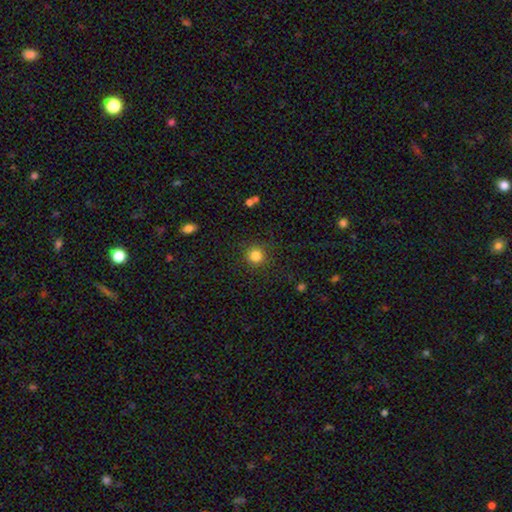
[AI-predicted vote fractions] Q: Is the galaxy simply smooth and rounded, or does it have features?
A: smooth — 84%.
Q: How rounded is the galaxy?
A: round — 94%.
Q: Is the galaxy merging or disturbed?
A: none — 89%.